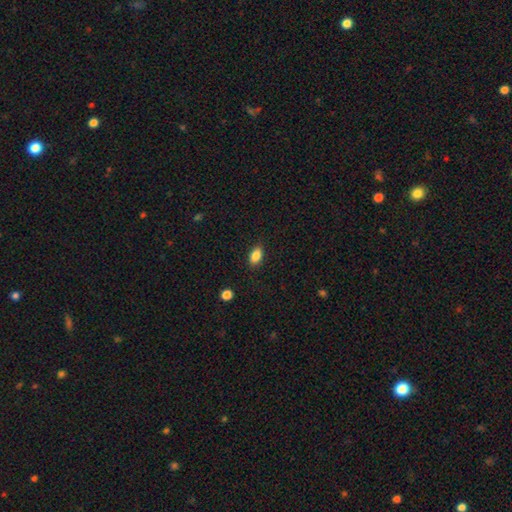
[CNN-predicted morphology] This is clearly a smooth galaxy (86%). How rounded: clearly in between (88%). Merging: clearly none (87%).